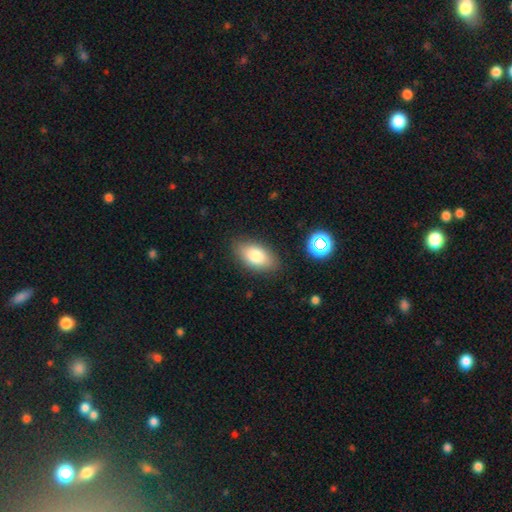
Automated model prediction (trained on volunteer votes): Smooth or featured? smooth (82%)
How rounded? in between (92%)
Merging? none (84%)